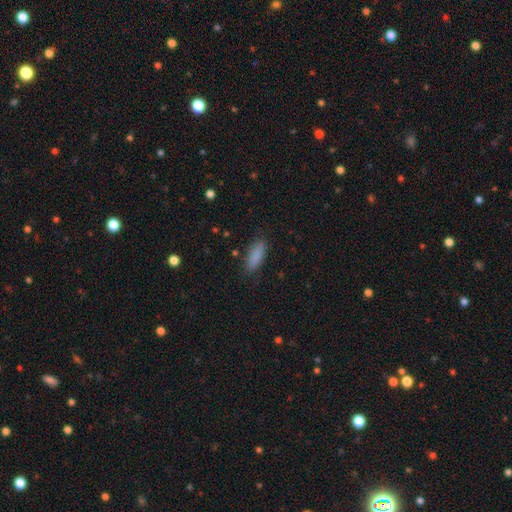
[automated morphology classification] Smooth or featured? smooth (87%)
How rounded? in between (63%)
Merging? none (85%)